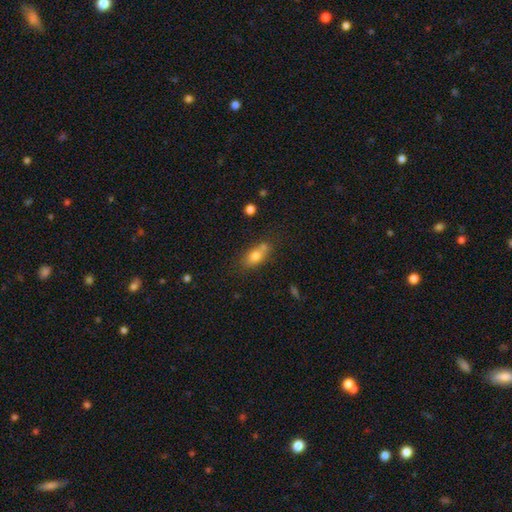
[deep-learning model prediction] Smooth or featured?
  - smooth: 75% *
  - featured or disk: 15%
  - star or artifact: 10%
How rounded?
  - in between: 79% *
  - round: 11%
  - cigar-shaped: 10%
Merging?
  - none: 52% *
  - merger: 26%
  - minor disturbance: 17%
  - major disturbance: 5%